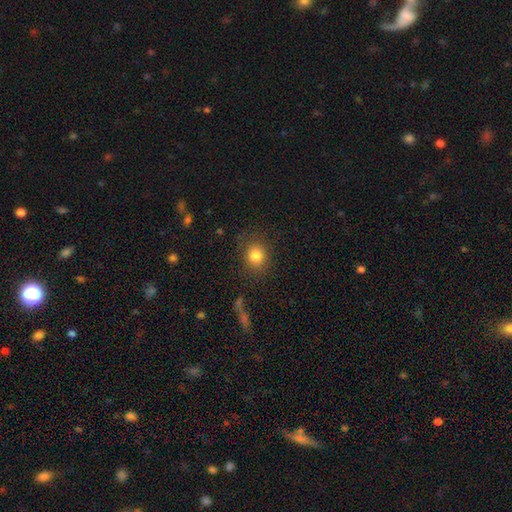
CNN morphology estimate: Smooth or featured? Predicted: smooth (p=0.82). How rounded? Predicted: round (p=0.75). Merging? Predicted: none (p=0.79).